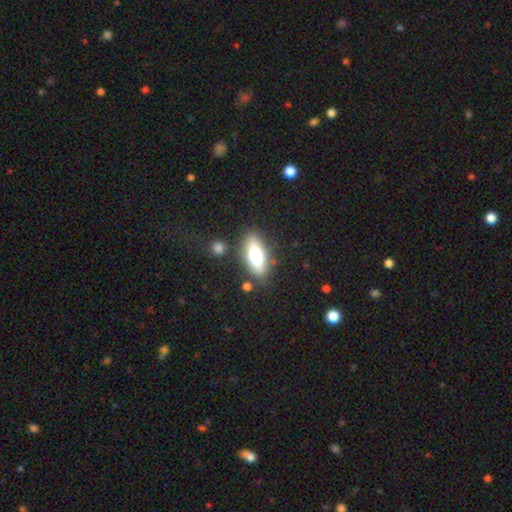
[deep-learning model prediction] This appears to be a smooth galaxy with no disk features (68%) that is in between round and cigar-shaped (76%). Merging: none (82%).